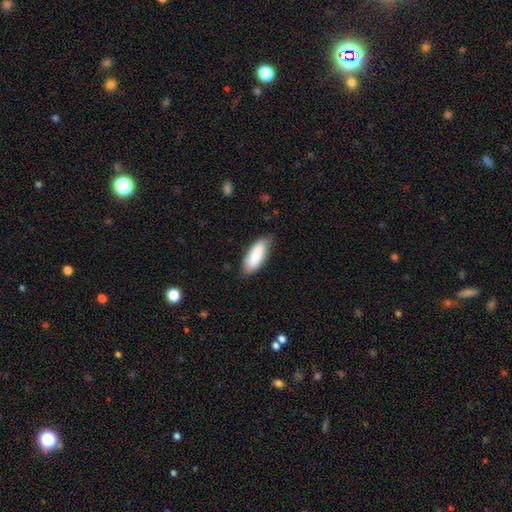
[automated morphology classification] Smooth or featured? smooth (83%)
How rounded? in between (74%)
Merging? none (76%)